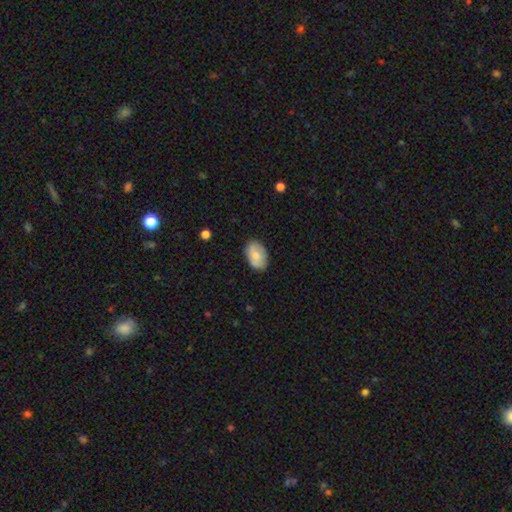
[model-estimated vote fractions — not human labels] Q: Smooth or featured?
A: smooth (79%); runner-up: featured or disk (14%)
Q: How rounded?
A: in between (92%); runner-up: round (7%)
Q: Merging?
A: none (83%); runner-up: minor disturbance (13%)